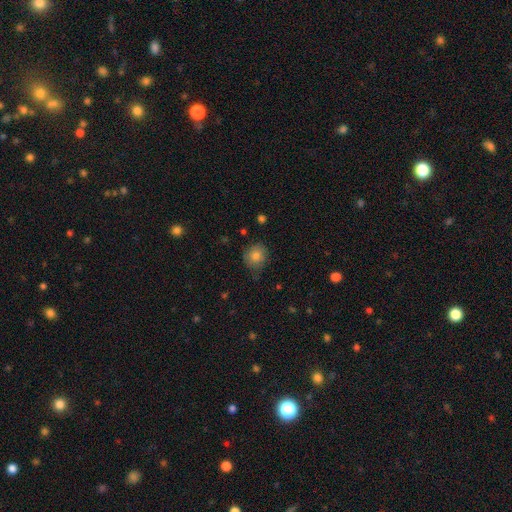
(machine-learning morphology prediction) type=smooth (82%); roundness=round (82%); merging=none (75%).